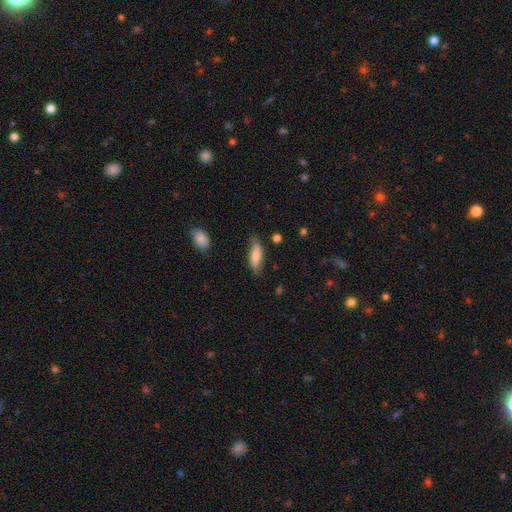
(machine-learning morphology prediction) smooth 76%, featured or disk 17%, star or artifact 7%. Down the decision tree: how rounded — in between (59%); merging — none (64%).